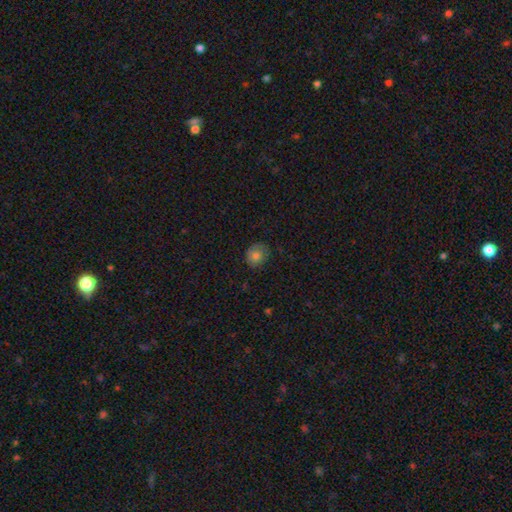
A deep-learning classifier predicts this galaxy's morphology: This is likely a smooth galaxy (76%). How rounded: likely round (70%). Merging: likely none (73%).